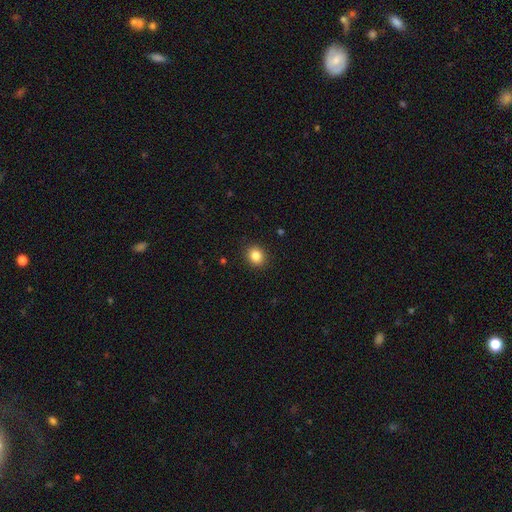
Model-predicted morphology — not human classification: smooth_or_featured: smooth (p=0.85) [alt: star or artifact p=0.10]
how_rounded: round (p=0.63) [alt: in between p=0.36]
merging: none (p=0.90) [alt: minor disturbance p=0.07]